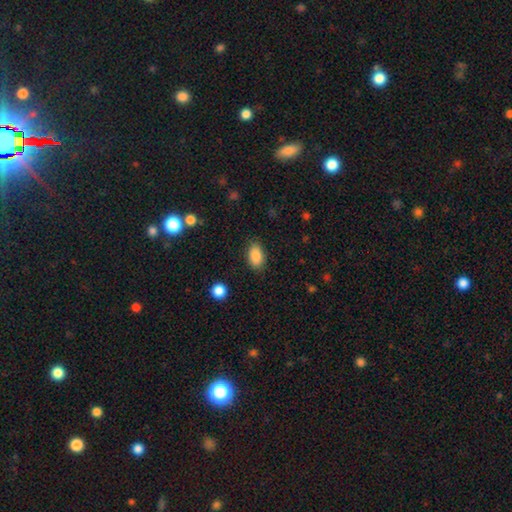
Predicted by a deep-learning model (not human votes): This is clearly a smooth galaxy (87%). How rounded: clearly in between (90%). Merging: clearly none (86%).